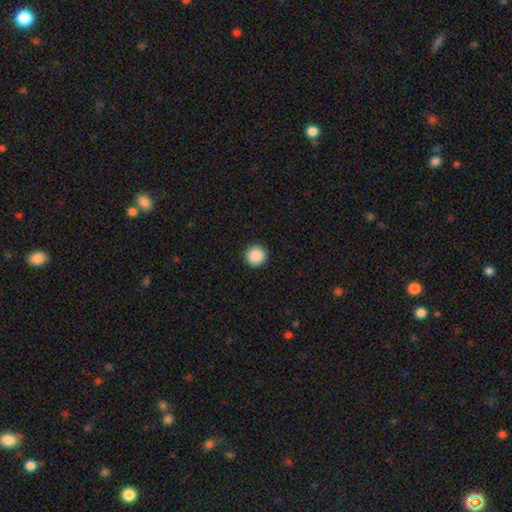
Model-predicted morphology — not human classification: smooth_or_featured: smooth (p=0.89) [alt: star or artifact p=0.08]
how_rounded: round (p=0.96) [alt: in between p=0.03]
merging: none (p=0.93) [alt: minor disturbance p=0.04]